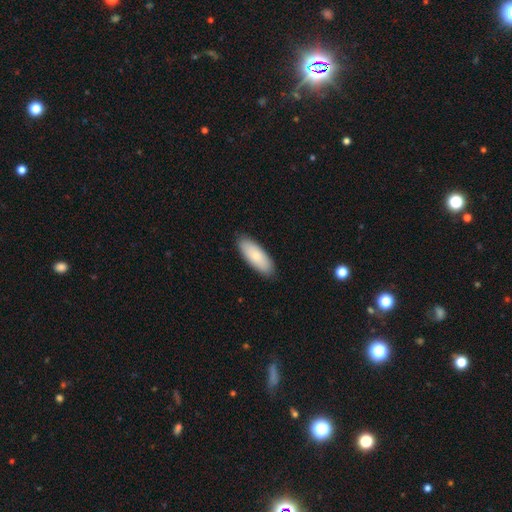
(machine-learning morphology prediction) Smooth or featured? Predicted: smooth (p=0.84). How rounded? Predicted: in between (p=0.73). Merging? Predicted: none (p=0.88).